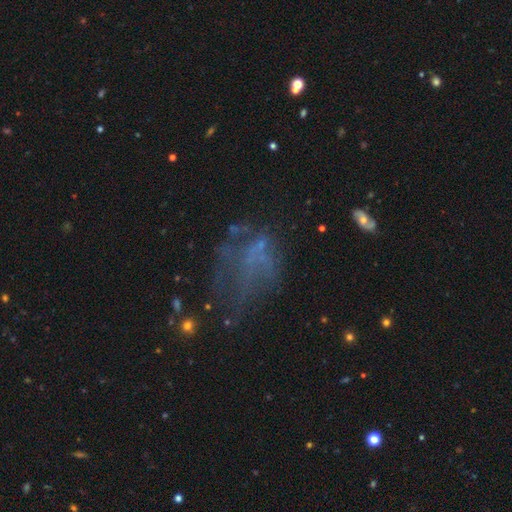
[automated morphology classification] The model was most divided on "merging" (2-way tie): none: 38%, major disturbance: 38%, minor disturbance: 18%, merger: 6%. Remaining: smooth or featured — featured or disk (45%).